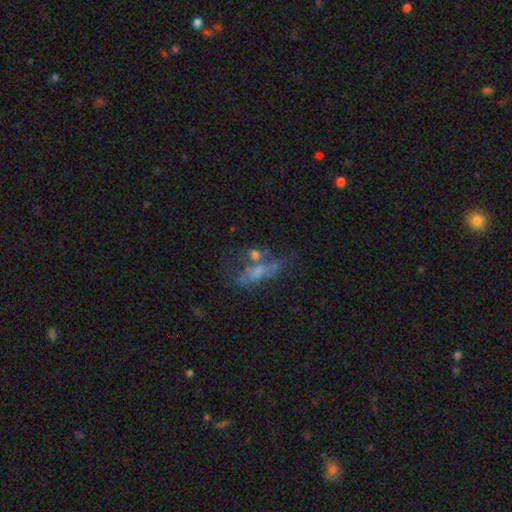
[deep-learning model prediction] Smooth or featured? Predicted: featured or disk (p=0.46). Merging? Predicted: none (p=0.32).